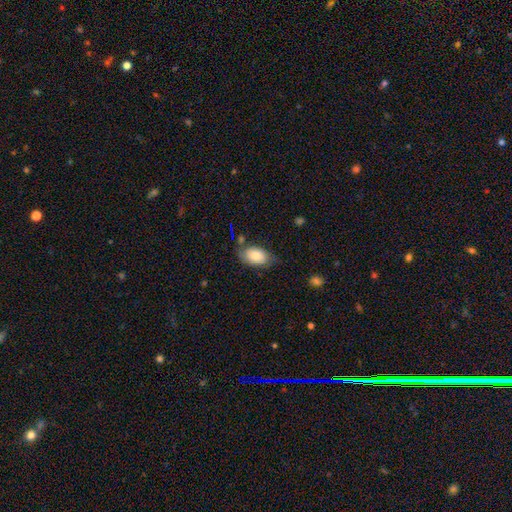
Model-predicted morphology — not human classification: smooth_or_featured: smooth (p=0.80) [alt: featured or disk p=0.13]
how_rounded: in between (p=0.93) [alt: round p=0.06]
merging: none (p=0.66) [alt: minor disturbance p=0.23]